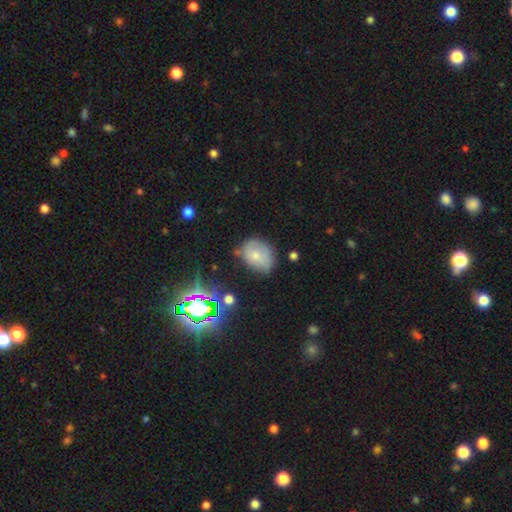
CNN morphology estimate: A smooth galaxy with no disk features (62%) that is in between round and cigar-shaped (62%).

Vote fractions:
- Smooth or featured? smooth: 62% / featured or disk: 23% / star or artifact: 15%
- How rounded? in between: 62% / round: 37% / cigar-shaped: 1%
- Merging? none: 58% / minor disturbance: 30% / major disturbance: 9% / merger: 4%